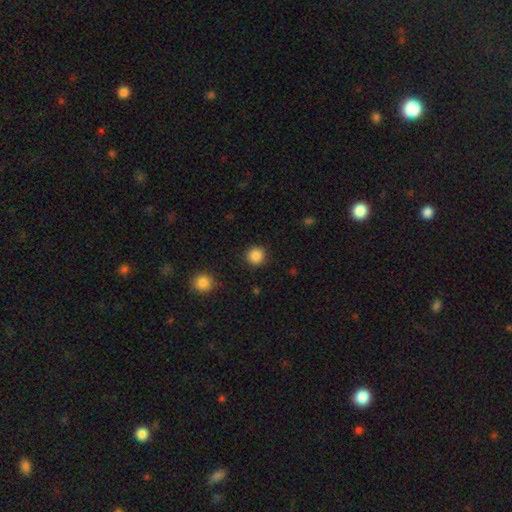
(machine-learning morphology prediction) A smooth galaxy with no disk features (87%) that is round (95%).

Vote fractions:
- Smooth or featured? smooth: 87% / star or artifact: 10% / featured or disk: 3%
- How rounded? round: 95% / in between: 4% / cigar-shaped: 1%
- Merging? none: 91% / minor disturbance: 5% / major disturbance: 2% / merger: 1%